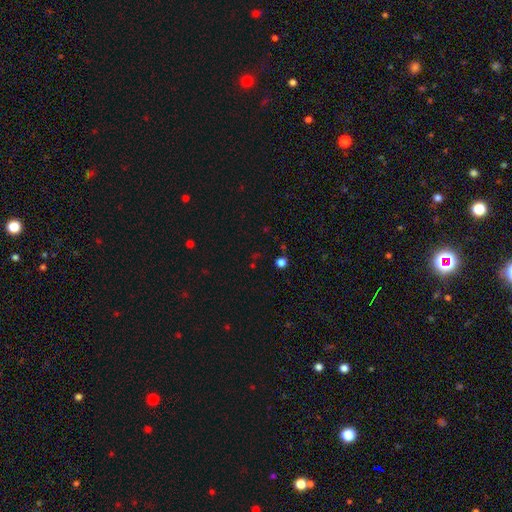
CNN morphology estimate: Smooth or featured? star or artifact (49%)